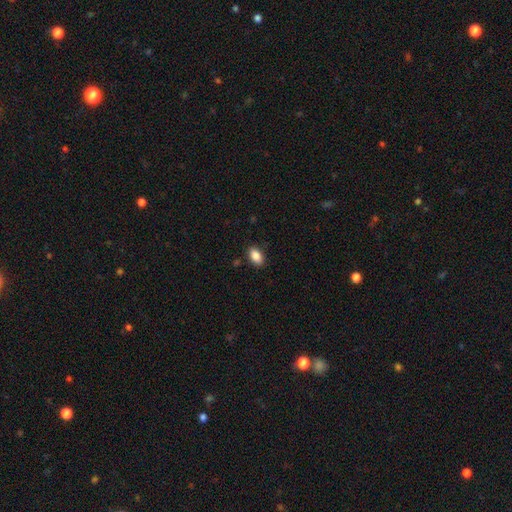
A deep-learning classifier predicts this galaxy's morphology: Smooth or featured? Predicted: smooth (p=0.88). How rounded? Predicted: in between (p=0.91). Merging? Predicted: none (p=0.87).